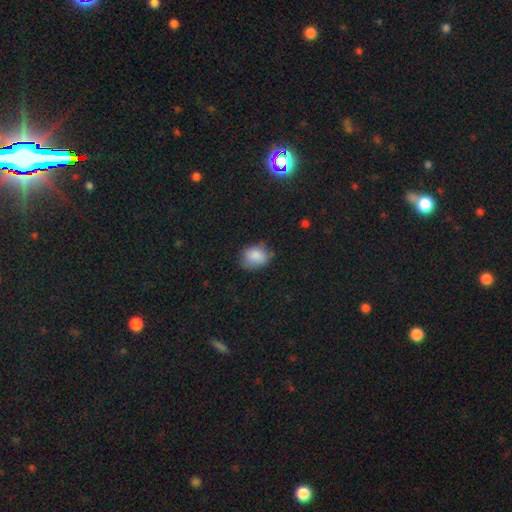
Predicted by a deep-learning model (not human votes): Morphology: type=smooth (85%); roundness=in between (51%); merging=none (62%).